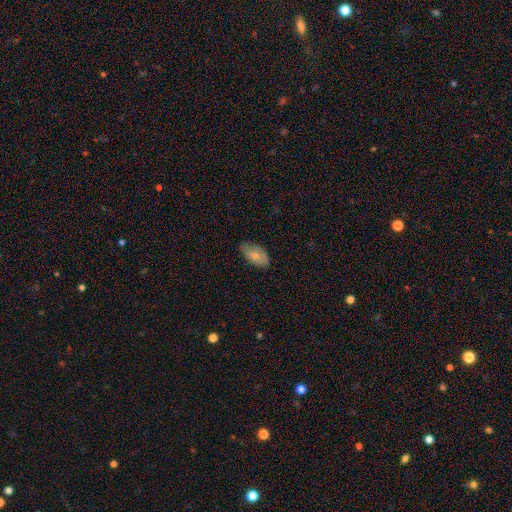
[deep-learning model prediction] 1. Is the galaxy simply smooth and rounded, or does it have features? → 79% smooth, 14% featured or disk, 7% star or artifact.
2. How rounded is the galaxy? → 94% in between, 3% round, 3% cigar-shaped.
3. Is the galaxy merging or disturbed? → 76% none, 20% minor disturbance, 3% major disturbance, 1% merger.